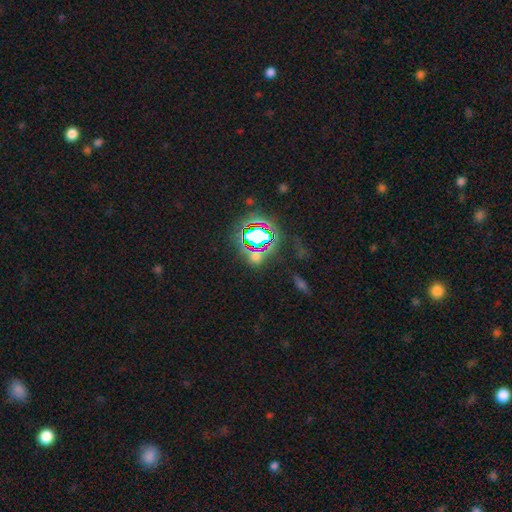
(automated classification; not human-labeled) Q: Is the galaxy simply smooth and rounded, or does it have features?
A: star or artifact — 65%.